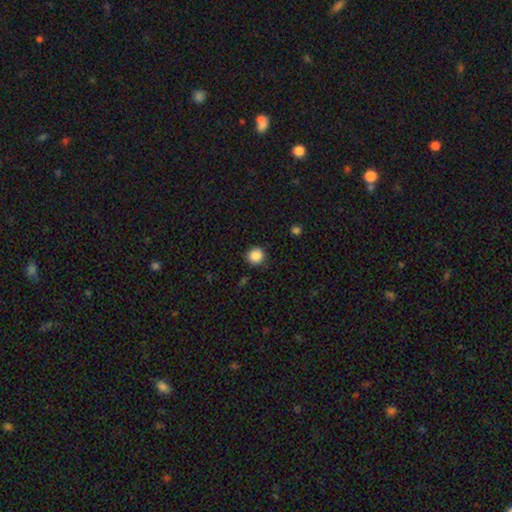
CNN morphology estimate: smooth 88%, star or artifact 10%, featured or disk 3%. Down the decision tree: how rounded — round (93%); merging — none (89%).